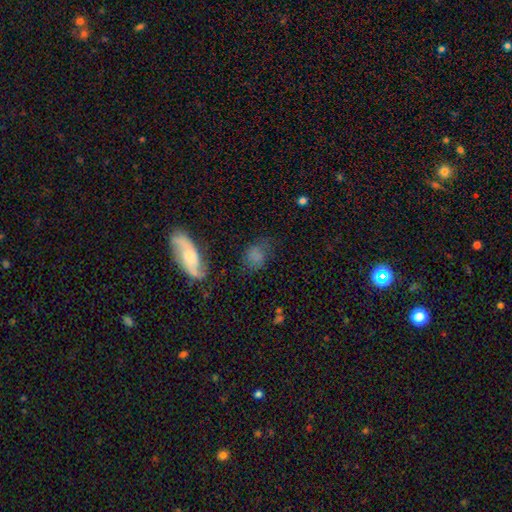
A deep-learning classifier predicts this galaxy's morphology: The model was most divided on "how rounded": in between: 54%, round: 42%, cigar-shaped: 4%. More confident: smooth or featured — smooth (66%); merging — none (59%).